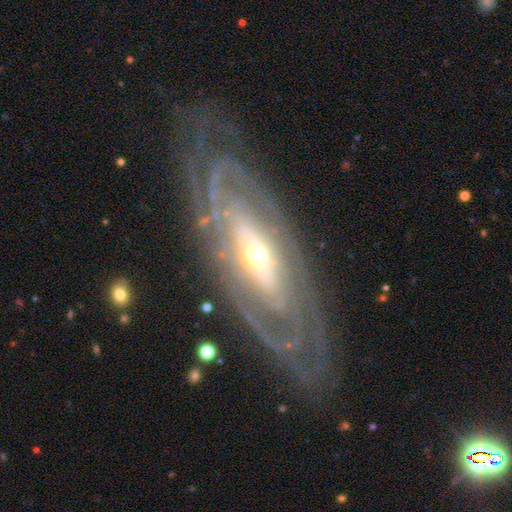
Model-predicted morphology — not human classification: smooth-or-featured: featured or disk: 87% | smooth: 8% | star or artifact: 5%
  disk-edge-on: no: 85% | yes: 15%
    bar: no: 60% | weak: 23% | strong: 17%
    has-spiral-arms: yes: 90% | no: 10%
      spiral-winding: tight: 77% | medium: 18% | loose: 5%
      spiral-arm-count: can't tell: 46% | 2: 15% | more than 4: 12% | 3: 12% | 4: 10% | 1: 6%
    bulge-size: small: 50% | moderate: 44% | large: 4% | dominant: 1% | none: 1%
  merging: none: 79% | minor disturbance: 14% | major disturbance: 6% | merger: 1%